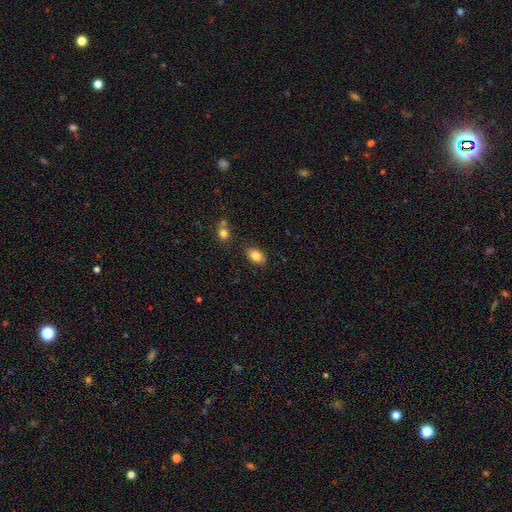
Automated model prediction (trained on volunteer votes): Smooth or featured?
  - smooth: 84% *
  - star or artifact: 8%
  - featured or disk: 8%
How rounded?
  - in between: 88% *
  - round: 10%
  - cigar-shaped: 2%
Merging?
  - none: 82% *
  - minor disturbance: 12%
  - merger: 3%
  - major disturbance: 3%